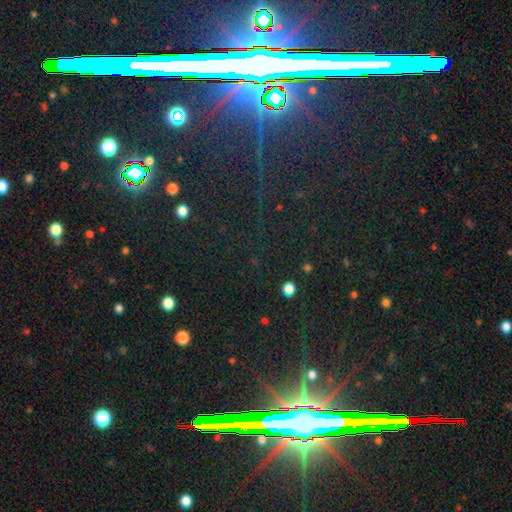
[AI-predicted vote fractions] Overall: star or artifact (83%).